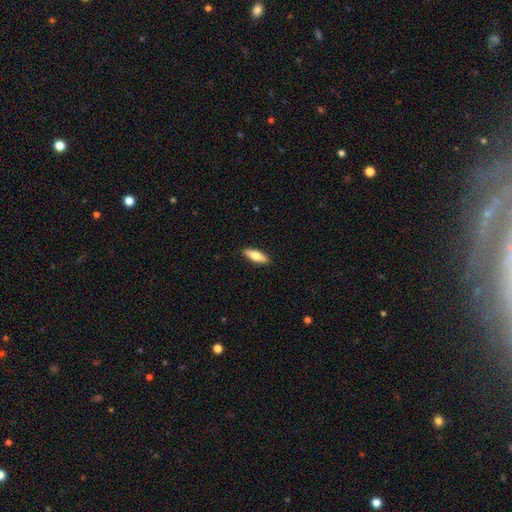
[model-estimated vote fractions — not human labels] Q: Smooth or featured?
A: smooth (67%); runner-up: featured or disk (27%)
Q: How rounded?
A: in between (51%); runner-up: cigar-shaped (46%)
Q: Merging?
A: none (90%); runner-up: minor disturbance (8%)